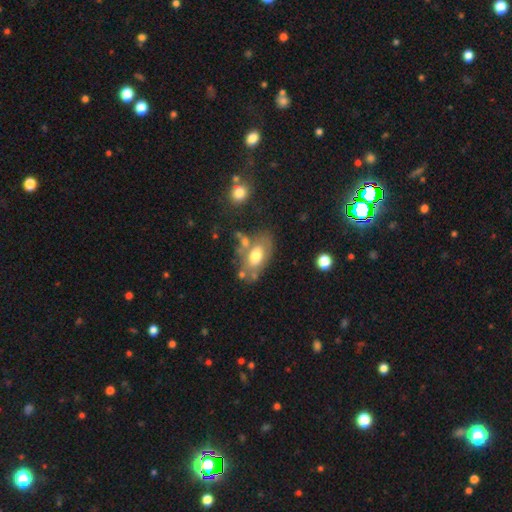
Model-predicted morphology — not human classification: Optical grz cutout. It shows a smooth galaxy with no disk features (62%) that is in between round and cigar-shaped (89%). Merging: none (57%).